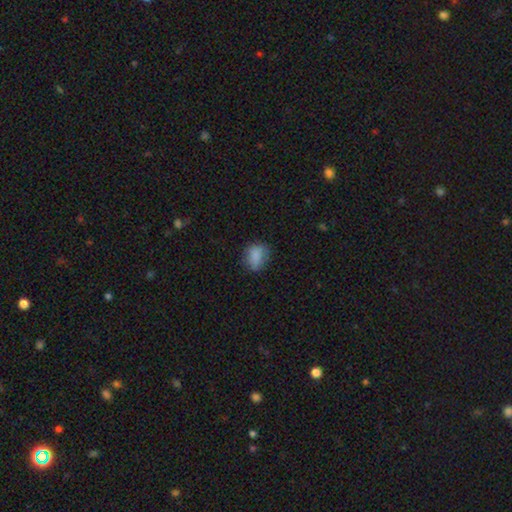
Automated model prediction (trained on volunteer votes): Q: Smooth or featured?
A: smooth (82%); runner-up: star or artifact (10%)
Q: How rounded?
A: in between (58%); runner-up: round (40%)
Q: Merging?
A: none (66%); runner-up: minor disturbance (25%)